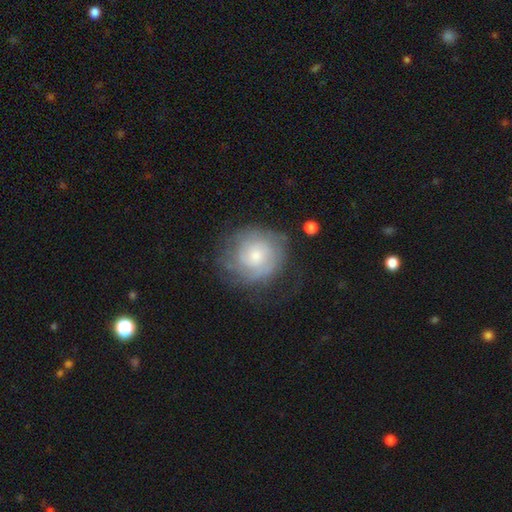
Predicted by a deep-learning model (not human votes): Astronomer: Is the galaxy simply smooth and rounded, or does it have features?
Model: featured or disk — 64%.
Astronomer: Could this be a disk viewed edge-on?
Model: no — 97%.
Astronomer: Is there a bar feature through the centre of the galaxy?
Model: no — 77%.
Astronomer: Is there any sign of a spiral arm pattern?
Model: yes — 86%.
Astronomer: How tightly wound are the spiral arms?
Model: tight — 69%.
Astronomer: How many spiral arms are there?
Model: can't tell — 48% (runner-up: 2, 26%).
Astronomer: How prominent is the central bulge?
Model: moderate — 48% (runner-up: small, 39%).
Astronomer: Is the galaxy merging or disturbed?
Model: none — 69%.